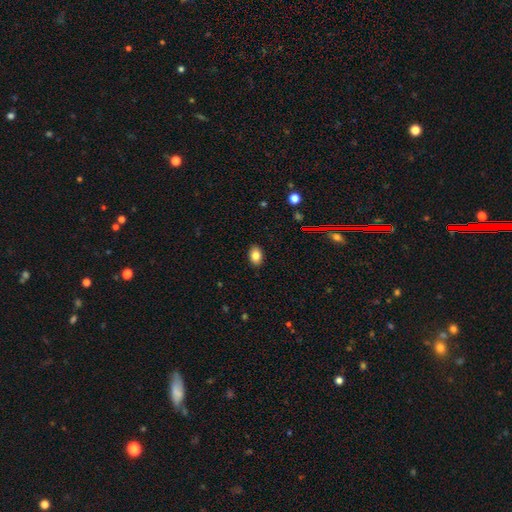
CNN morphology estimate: Smooth or featured?
  - smooth: 83% *
  - star or artifact: 10%
  - featured or disk: 7%
How rounded?
  - in between: 83% *
  - round: 16%
  - cigar-shaped: 1%
Merging?
  - none: 89% *
  - minor disturbance: 8%
  - major disturbance: 2%
  - merger: 1%